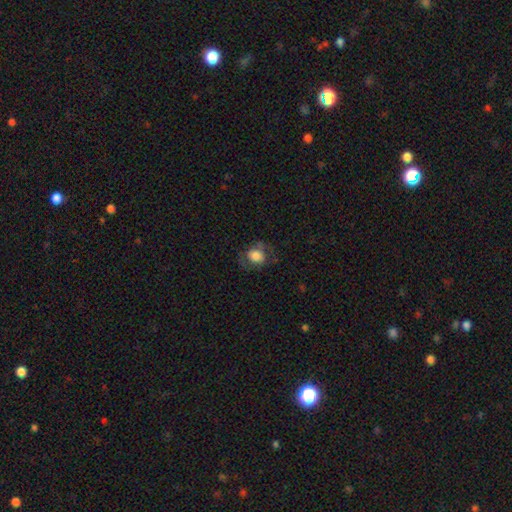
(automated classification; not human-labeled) The model was most divided on "how rounded": in between: 50%, round: 49%, cigar-shaped: 1%. More confident: smooth or featured — smooth (69%); merging — none (62%).